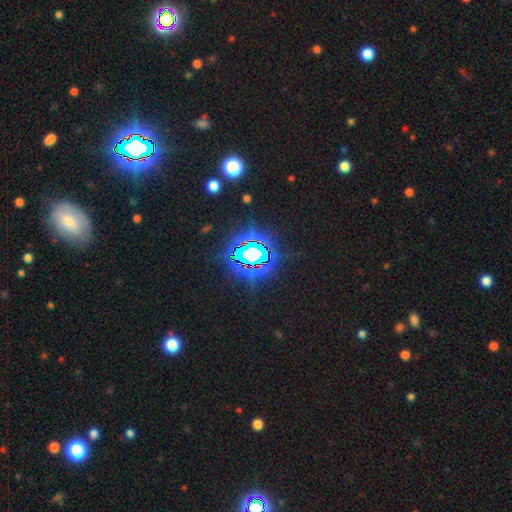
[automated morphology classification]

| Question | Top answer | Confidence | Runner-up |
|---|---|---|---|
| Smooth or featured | star or artifact | 78% | smooth (12%) |